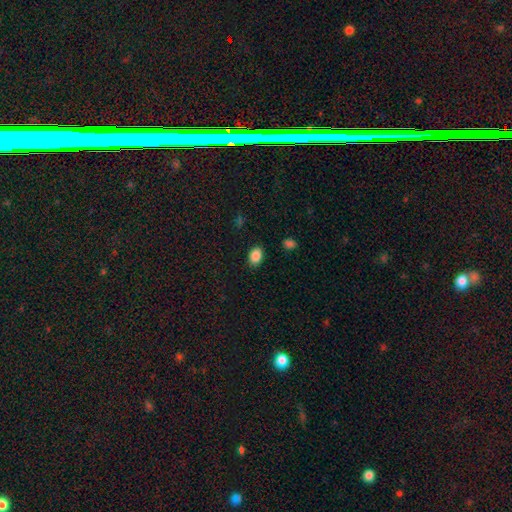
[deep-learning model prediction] This is clearly a smooth galaxy (87%). How rounded: likely in between (75%). Merging: clearly none (86%).